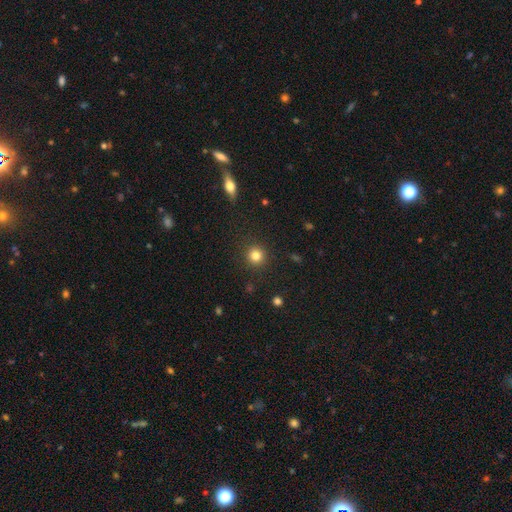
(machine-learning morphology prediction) Smooth or featured: smooth — 82% (star or artifact — 12%)
How rounded: round — 93% (in between — 6%)
Merging: none — 90% (minor disturbance — 6%)